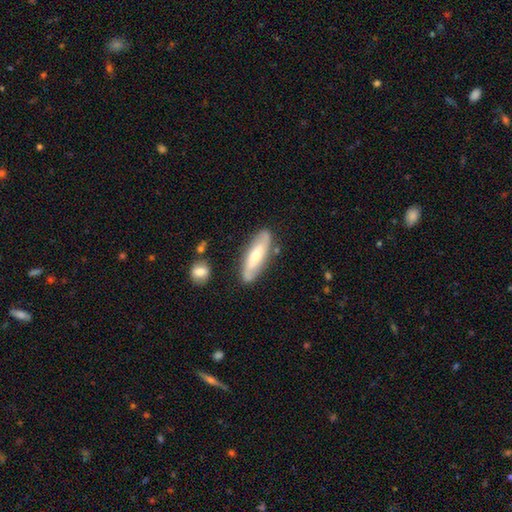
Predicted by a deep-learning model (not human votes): smooth-or-featured: featured or disk: 53% | smooth: 41% | star or artifact: 6%
  disk-edge-on: no: 73% | yes: 27%
  merging: none: 78% | minor disturbance: 14% | merger: 4% | major disturbance: 3%